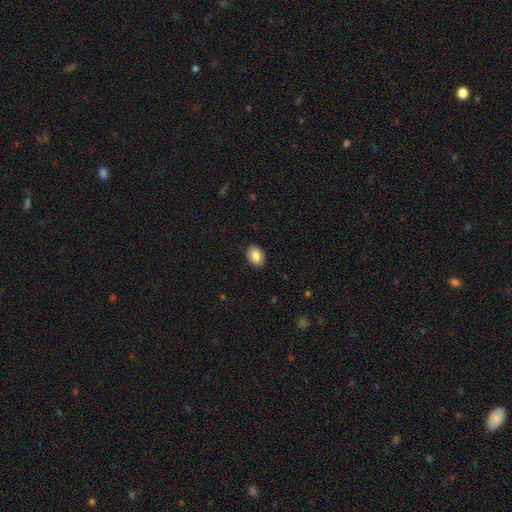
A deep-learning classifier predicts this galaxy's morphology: A smooth galaxy with no disk features (85%) that is in between round and cigar-shaped (78%). Merging: none (89%).